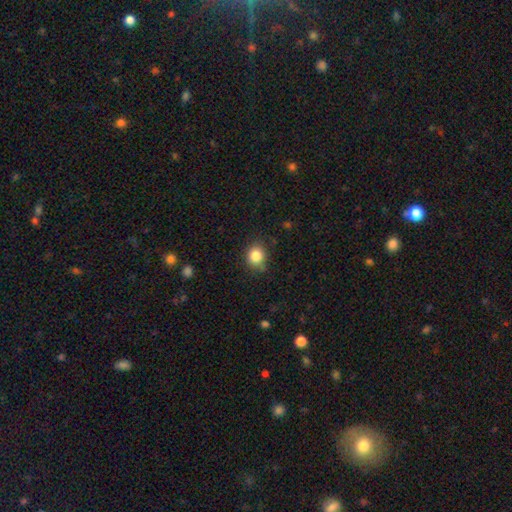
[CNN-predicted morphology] A smooth galaxy with no disk features (84%) that is round (78%).

Vote fractions:
- Smooth or featured? smooth: 84% / star or artifact: 11% / featured or disk: 5%
- How rounded? round: 78% / in between: 21% / cigar-shaped: 1%
- Merging? none: 78% / minor disturbance: 16% / major disturbance: 3% / merger: 2%